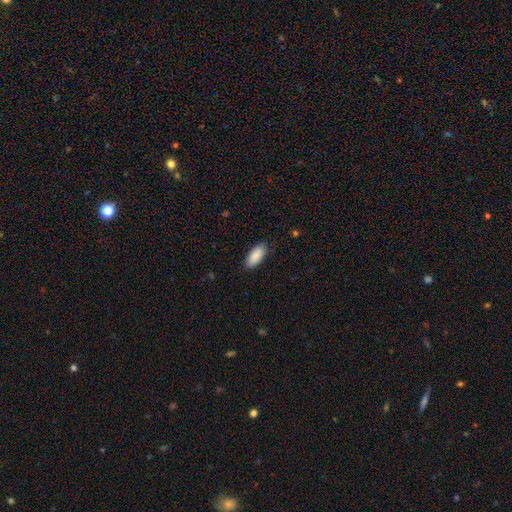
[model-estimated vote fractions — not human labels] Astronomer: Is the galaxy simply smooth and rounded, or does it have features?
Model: smooth — 90%.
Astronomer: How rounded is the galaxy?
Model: in between — 86%.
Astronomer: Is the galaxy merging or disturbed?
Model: none — 85%.